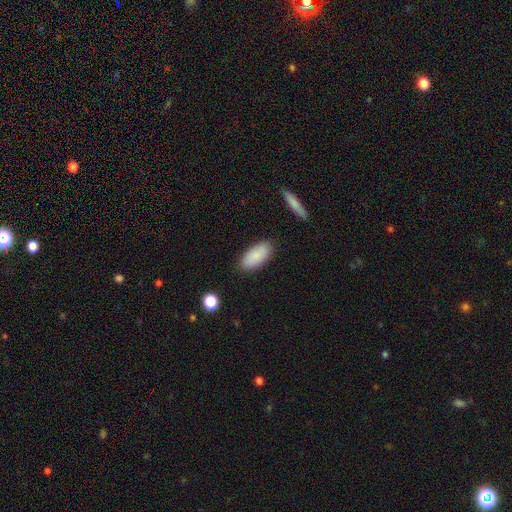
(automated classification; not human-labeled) Smooth or featured? Predicted: smooth (p=0.86). How rounded? Predicted: in between (p=0.89). Merging? Predicted: none (p=0.85).